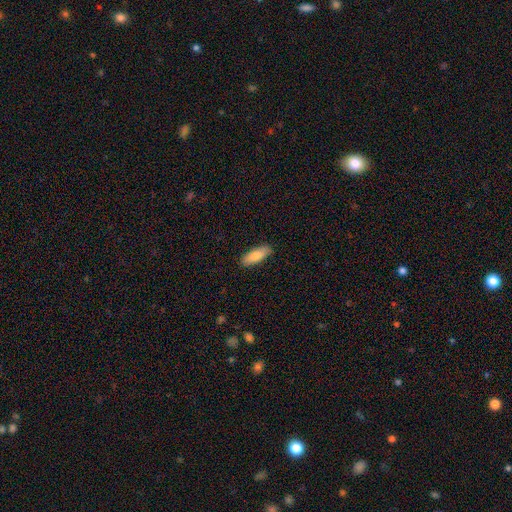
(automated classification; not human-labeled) smooth 82%, featured or disk 12%, star or artifact 6%. Down the decision tree: how rounded — in between (64%); merging — none (88%).